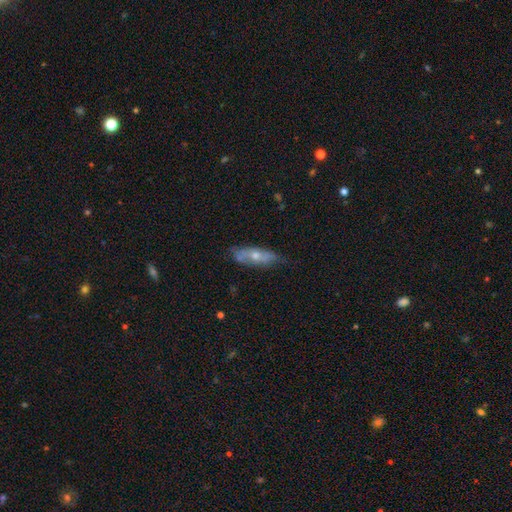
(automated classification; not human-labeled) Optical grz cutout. It shows a featured or disk galaxy (53%). Merging: none (66%).